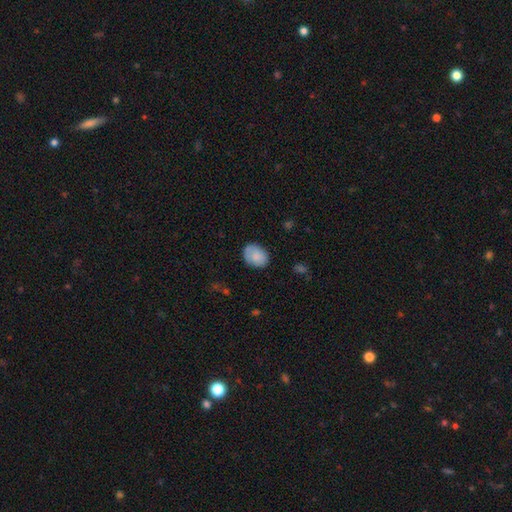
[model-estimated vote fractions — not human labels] Smooth or featured? Predicted: smooth (p=0.79). How rounded? Predicted: in between (p=0.68). Merging? Predicted: none (p=0.75).